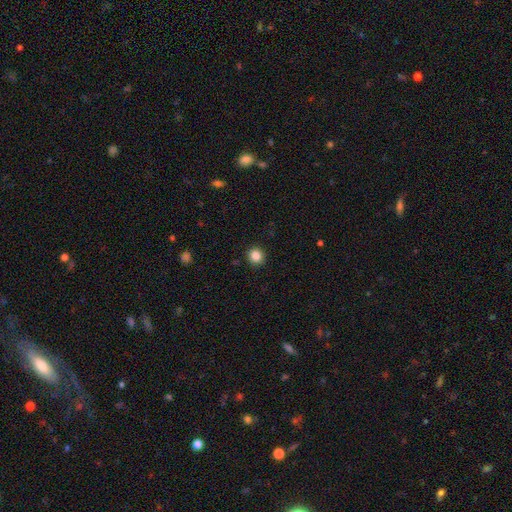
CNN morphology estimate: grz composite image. It shows a smooth galaxy with no disk features (85%) that is round (91%). Merging: none (92%).